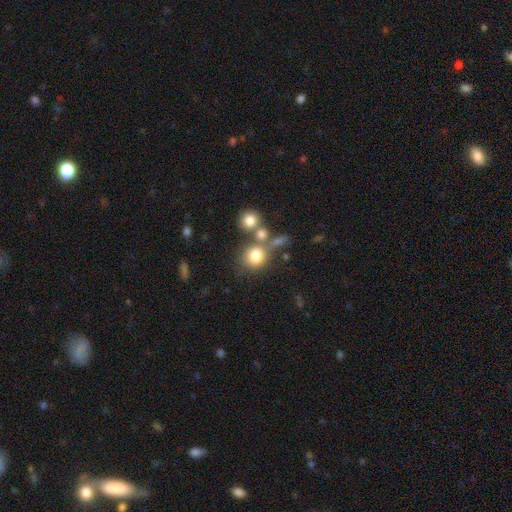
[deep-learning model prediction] This is likely a smooth galaxy (76%). How rounded: likely round (77%). Merging: possibly none (50%).